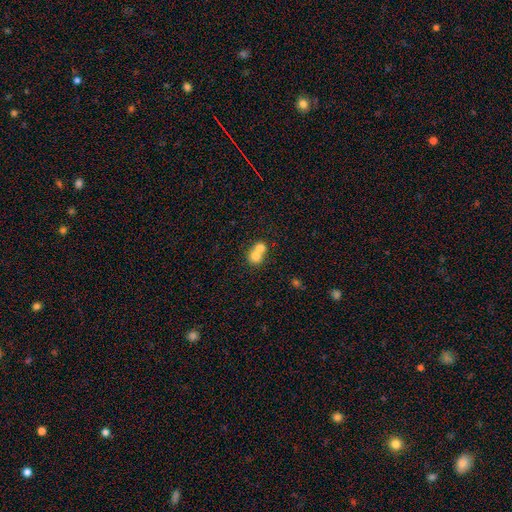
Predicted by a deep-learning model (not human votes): Overall: smooth (74%). How rounded: round (77%). Merging: merger (69%).